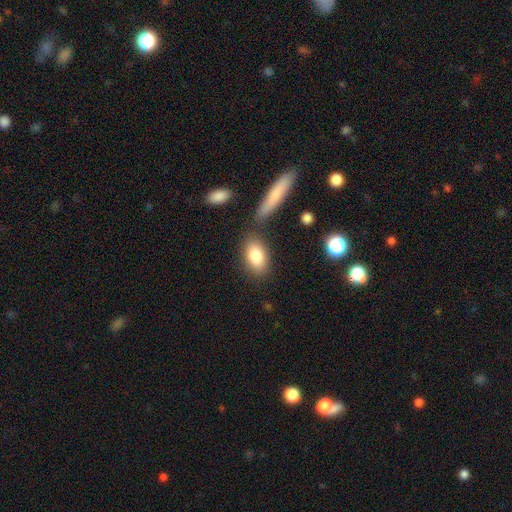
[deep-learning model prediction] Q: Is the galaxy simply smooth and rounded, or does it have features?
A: smooth — 83%.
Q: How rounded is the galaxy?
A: in between — 88%.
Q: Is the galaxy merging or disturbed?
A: none — 72%.